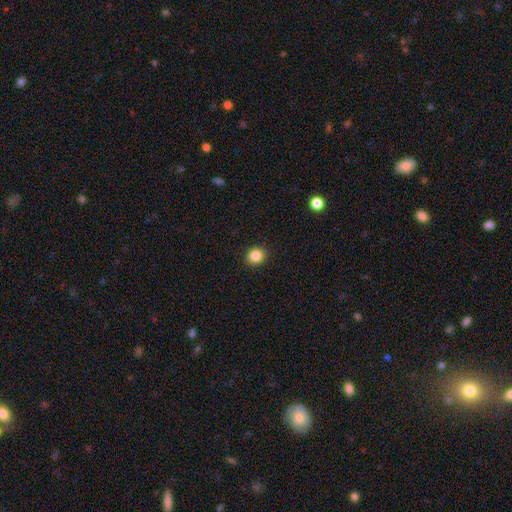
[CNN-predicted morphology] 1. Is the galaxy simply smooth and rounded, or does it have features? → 85% smooth, 10% star or artifact, 5% featured or disk.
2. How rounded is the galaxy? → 74% round, 25% in between, 1% cigar-shaped.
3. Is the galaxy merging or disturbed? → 91% none, 6% minor disturbance, 2% major disturbance, 1% merger.